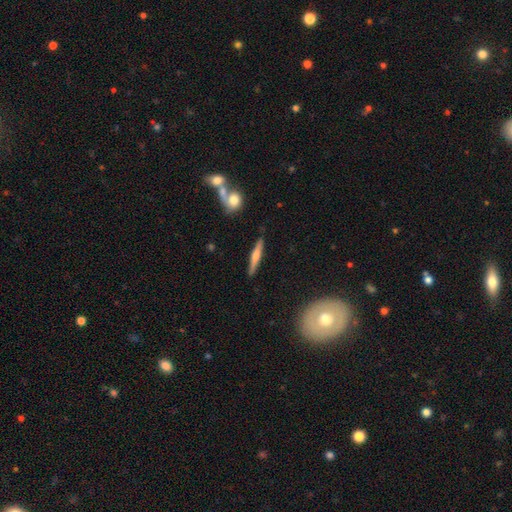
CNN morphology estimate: This is possibly a smooth galaxy (48%). Merging: clearly none (88%).